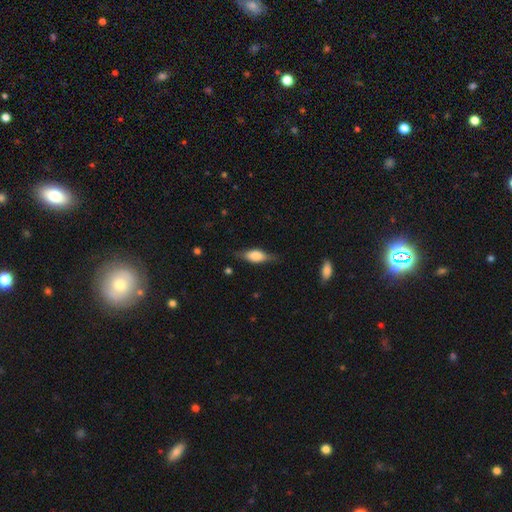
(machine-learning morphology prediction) This is possibly a smooth galaxy (59%). How rounded: likely in between (70%). Merging: likely none (71%).